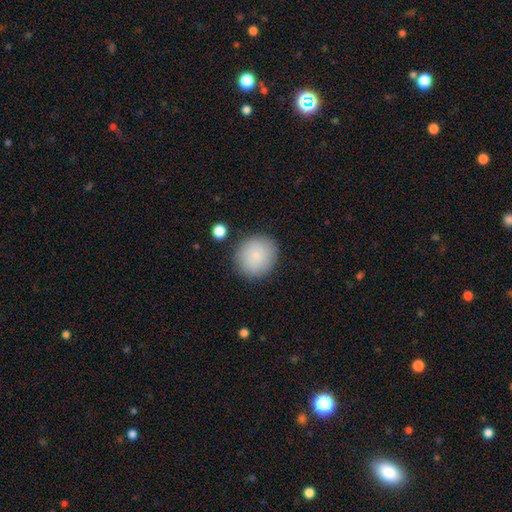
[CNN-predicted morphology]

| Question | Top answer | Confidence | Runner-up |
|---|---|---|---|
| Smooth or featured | smooth | 87% | star or artifact (7%) |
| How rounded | round | 89% | in between (10%) |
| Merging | none | 86% | minor disturbance (9%) |